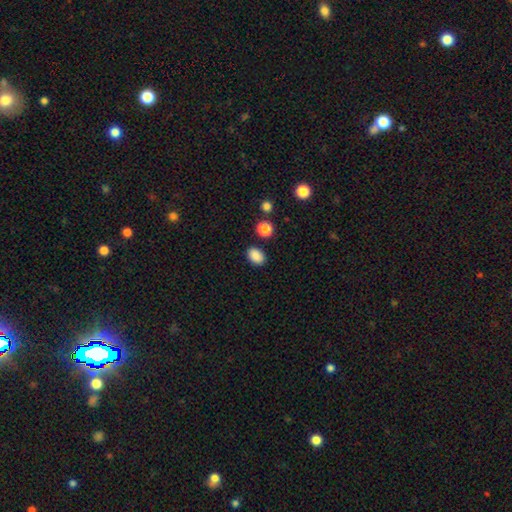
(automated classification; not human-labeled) Overall: smooth (88%). How rounded: in between (81%). Merging: none (86%).